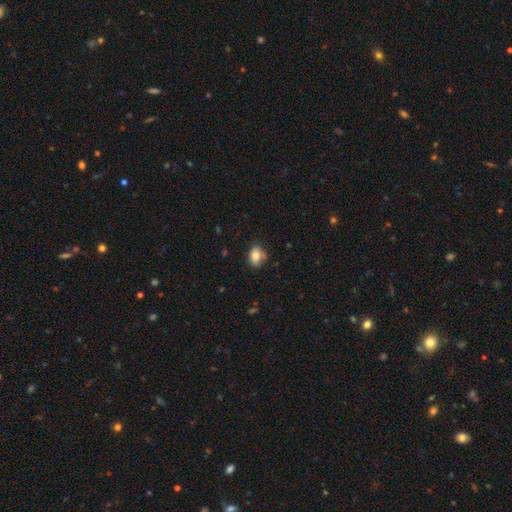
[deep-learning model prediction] Smooth or featured: smooth — 81% (featured or disk — 10%)
How rounded: in between — 71% (round — 27%)
Merging: none — 59% (minor disturbance — 30%)